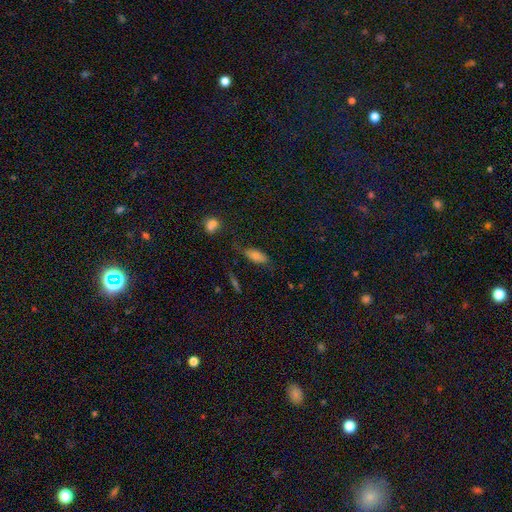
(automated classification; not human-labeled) This is likely a smooth galaxy (68%). How rounded: likely in between (78%). Merging: likely none (65%).